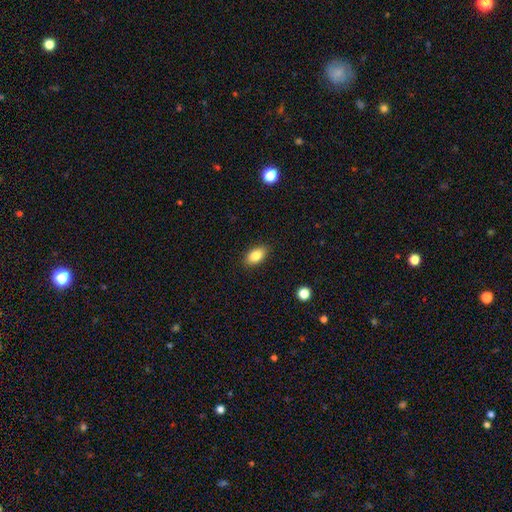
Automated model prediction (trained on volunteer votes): smooth_or_featured: smooth (p=0.83) [alt: featured or disk p=0.09]
how_rounded: in between (p=0.90) [alt: round p=0.07]
merging: none (p=0.88) [alt: minor disturbance p=0.09]